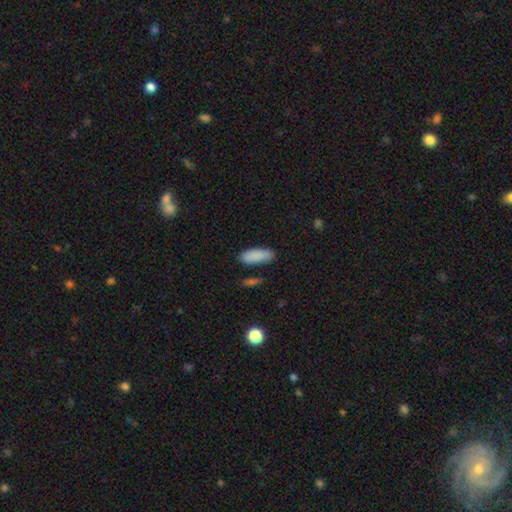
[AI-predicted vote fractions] smooth-or-featured: smooth: 89% | star or artifact: 6% | featured or disk: 4%
  how-rounded: in between: 73% | cigar-shaped: 25% | round: 2%
  merging: none: 83% | minor disturbance: 11% | merger: 3% | major disturbance: 3%